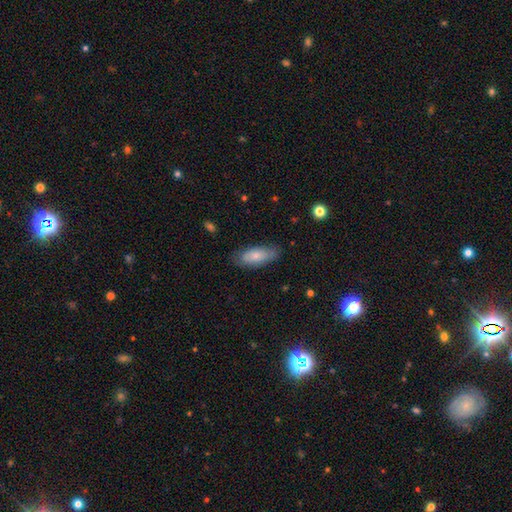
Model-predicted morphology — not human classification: smooth 75%, featured or disk 19%, star or artifact 6%. Down the decision tree: how rounded — in between (82%); merging — none (75%).